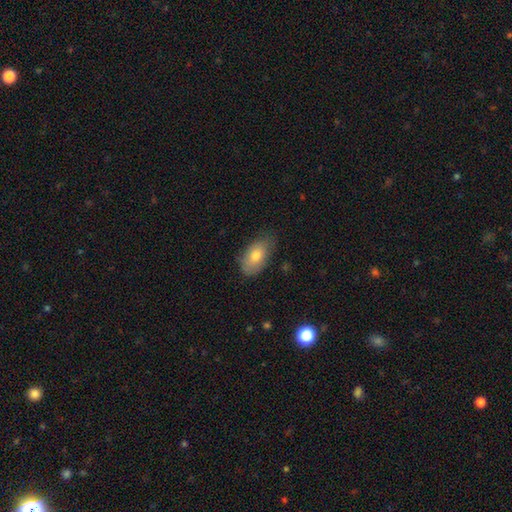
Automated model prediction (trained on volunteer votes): A smooth galaxy with no disk features (76%) that is in between round and cigar-shaped (92%).

Vote fractions:
- Smooth or featured? smooth: 76% / featured or disk: 17% / star or artifact: 7%
- How rounded? in between: 92% / round: 6% / cigar-shaped: 2%
- Merging? none: 68% / minor disturbance: 26% / major disturbance: 5% / merger: 1%